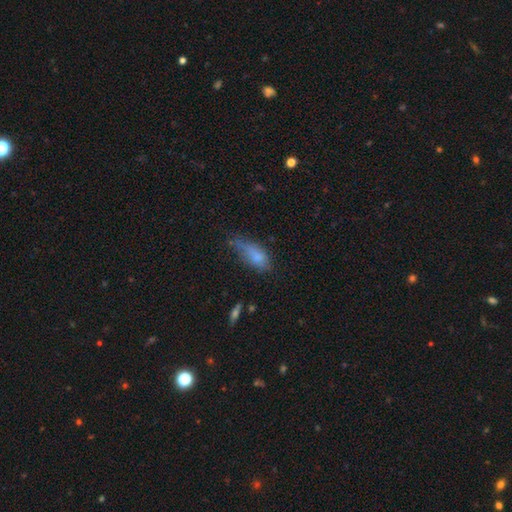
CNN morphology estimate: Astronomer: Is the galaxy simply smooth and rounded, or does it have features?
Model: smooth — 73%.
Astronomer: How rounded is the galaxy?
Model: in between — 77%.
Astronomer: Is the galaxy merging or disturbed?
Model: minor disturbance — 38% (runner-up: none, 37%).